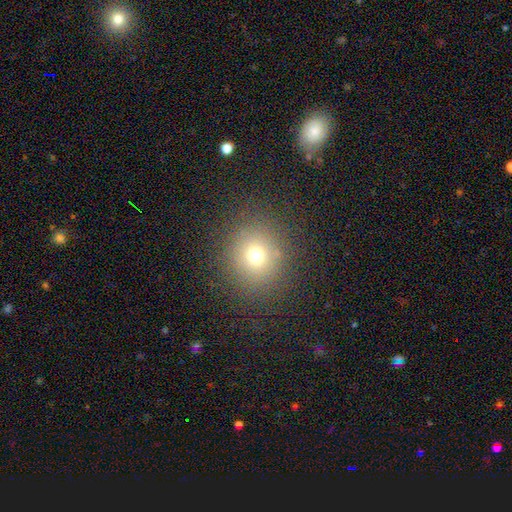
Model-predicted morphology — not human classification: Smooth or featured? Predicted: smooth (p=0.70). How rounded? Predicted: round (p=0.85). Merging? Predicted: none (p=0.86).